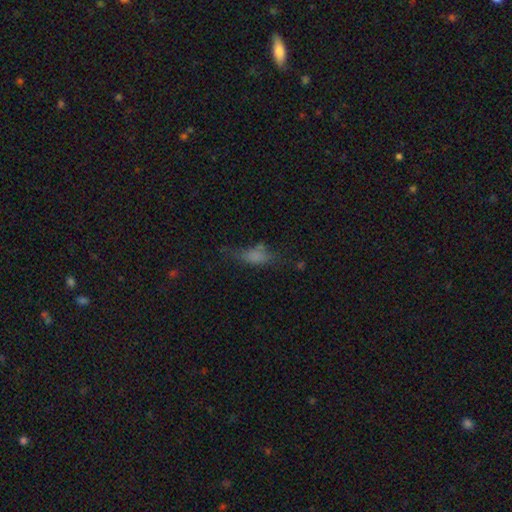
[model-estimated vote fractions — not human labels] Smooth or featured? smooth (66%)
How rounded? in between (67%)
Merging? none (45%)